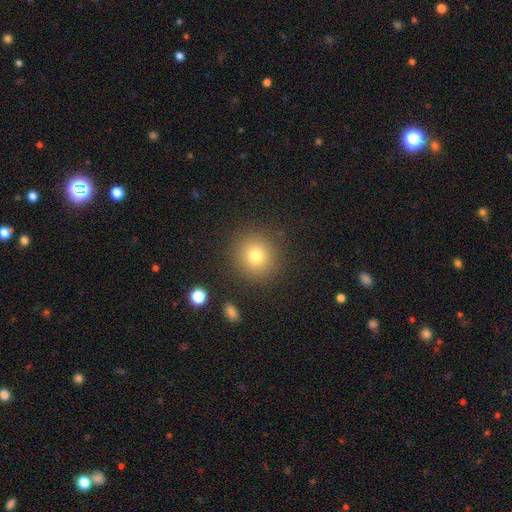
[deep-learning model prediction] A smooth galaxy with no disk features (77%) that is round (91%). Merging: none (89%).